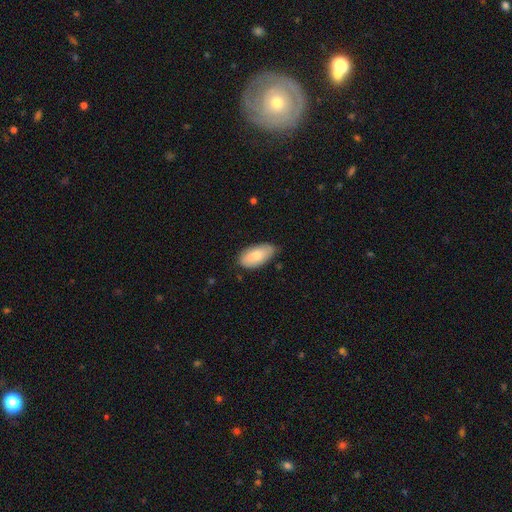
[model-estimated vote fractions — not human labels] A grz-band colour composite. It shows a smooth galaxy with no disk features (81%) that is in between round and cigar-shaped (93%). Merging: none (75%).